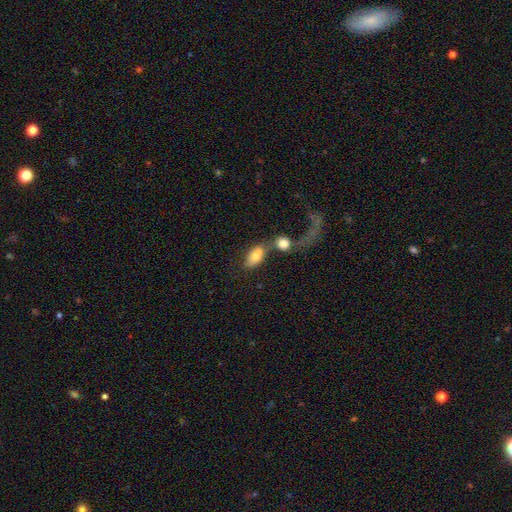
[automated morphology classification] Q: Smooth or featured?
A: smooth (71%); runner-up: featured or disk (20%)
Q: How rounded?
A: in between (81%); runner-up: round (14%)
Q: Merging?
A: merger (58%); runner-up: none (22%)